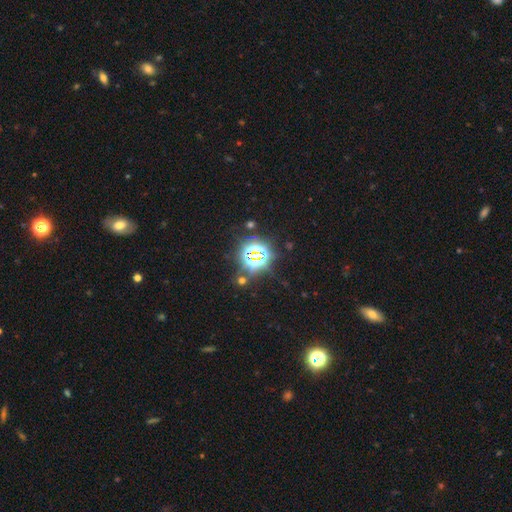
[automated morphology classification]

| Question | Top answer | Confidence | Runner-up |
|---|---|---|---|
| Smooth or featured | star or artifact | 80% | smooth (12%) |